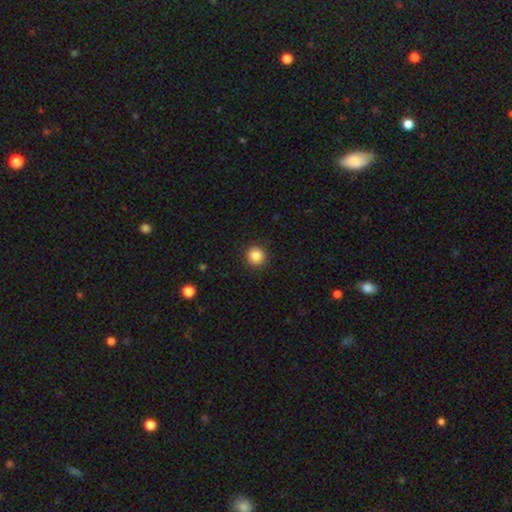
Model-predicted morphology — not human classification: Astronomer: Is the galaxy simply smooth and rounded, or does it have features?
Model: smooth — 86%.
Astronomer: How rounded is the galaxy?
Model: round — 94%.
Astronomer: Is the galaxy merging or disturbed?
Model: none — 92%.